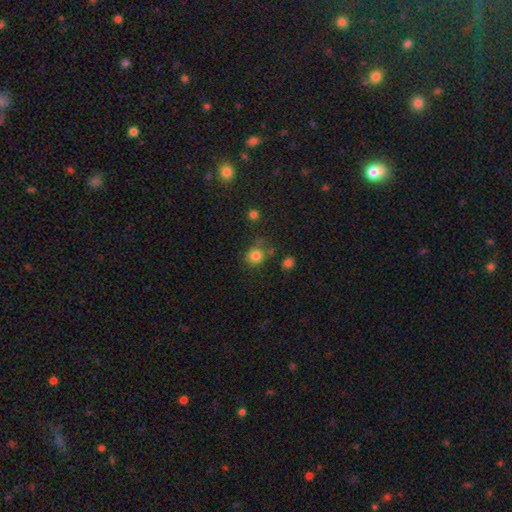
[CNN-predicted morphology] type=smooth (82%); roundness=round (85%); merging=none (71%).